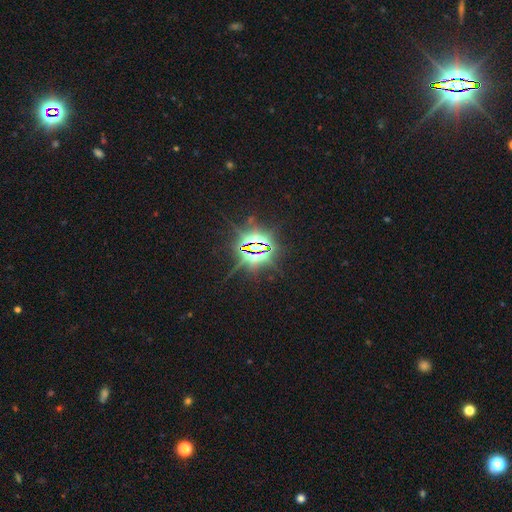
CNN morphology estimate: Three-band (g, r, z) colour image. It shows a star or artifact, not a galaxy (85%).